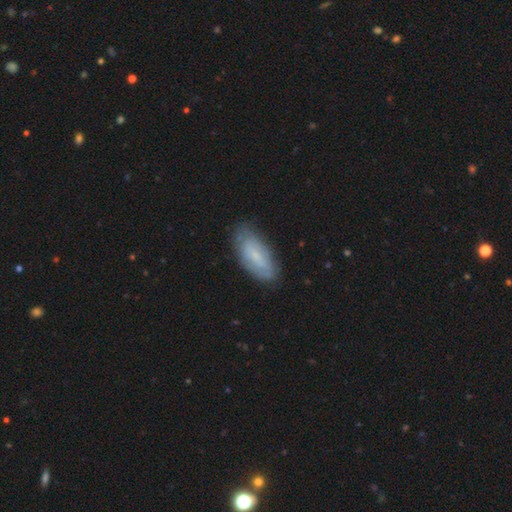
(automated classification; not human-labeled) Smooth or featured?
  - smooth: 53% *
  - featured or disk: 40%
  - star or artifact: 7%
How rounded?
  - in between: 83% *
  - cigar-shaped: 15%
  - round: 2%
Merging?
  - none: 75% *
  - minor disturbance: 19%
  - major disturbance: 4%
  - merger: 1%